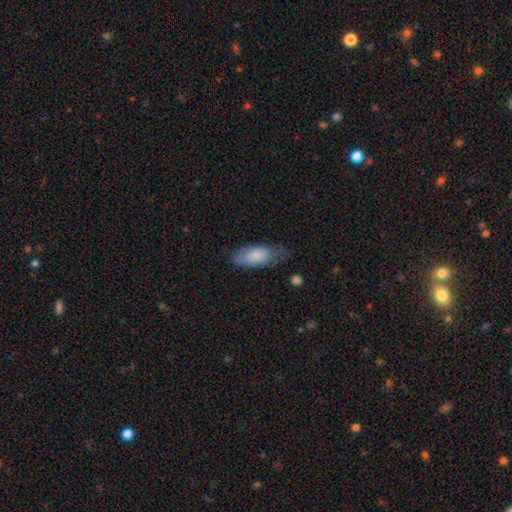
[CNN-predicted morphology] Smooth or featured?
  - smooth: 78% *
  - featured or disk: 16%
  - star or artifact: 6%
How rounded?
  - in between: 83% *
  - cigar-shaped: 14%
  - round: 2%
Merging?
  - none: 48% *
  - minor disturbance: 34%
  - major disturbance: 15%
  - merger: 2%